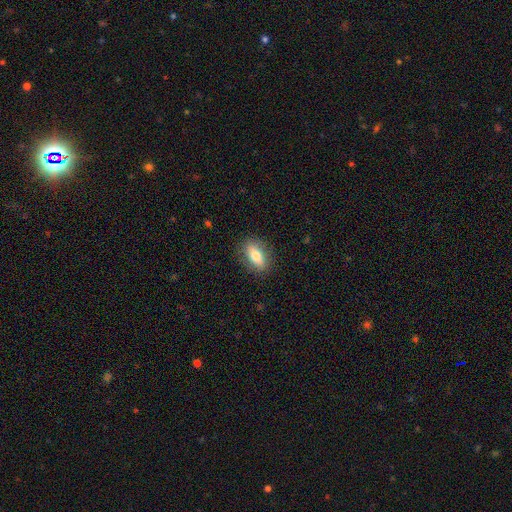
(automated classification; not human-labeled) smooth-or-featured: smooth: 71% | featured or disk: 22% | star or artifact: 7%
  how-rounded: in between: 81% | cigar-shaped: 12% | round: 7%
  merging: none: 84% | minor disturbance: 12% | major disturbance: 3% | merger: 1%